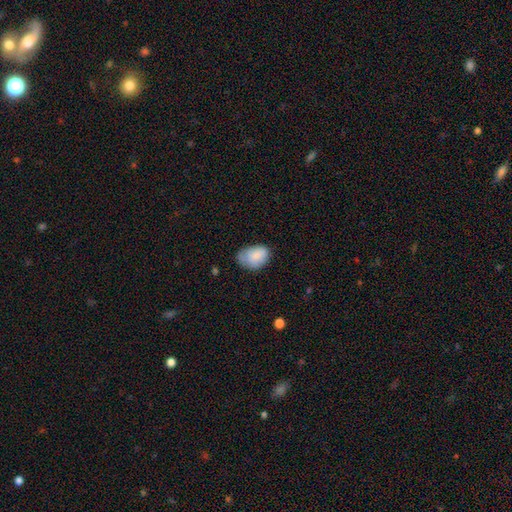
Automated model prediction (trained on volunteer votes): smooth_or_featured: smooth (p=0.83) [alt: featured or disk p=0.10]
how_rounded: in between (p=0.84) [alt: round p=0.15]
merging: none (p=0.48) [alt: minor disturbance p=0.39]